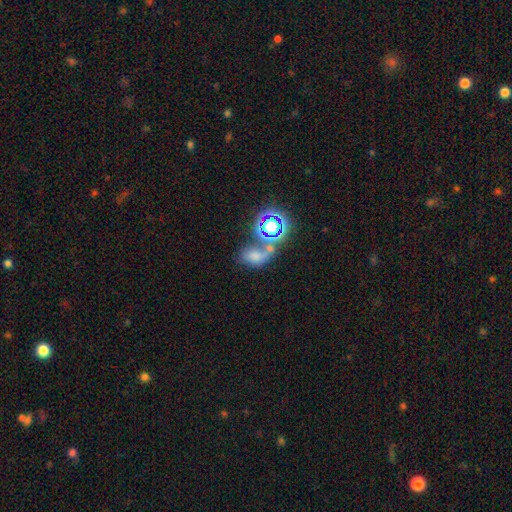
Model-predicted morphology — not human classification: smooth-or-featured: smooth: 50% | star or artifact: 31% | featured or disk: 19%
  how-rounded: in between: 72% | round: 25% | cigar-shaped: 3%
  merging: merger: 40% | none: 29% | major disturbance: 17% | minor disturbance: 14%